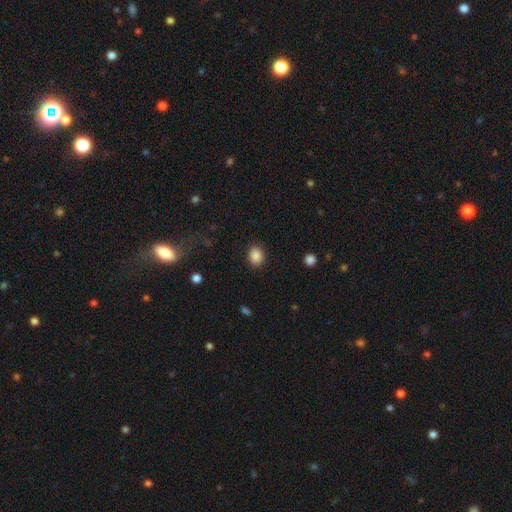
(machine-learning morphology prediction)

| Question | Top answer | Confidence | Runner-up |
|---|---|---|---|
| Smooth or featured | smooth | 87% | star or artifact (9%) |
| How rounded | in between | 51% | round (48%) |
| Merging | none | 89% | minor disturbance (8%) |